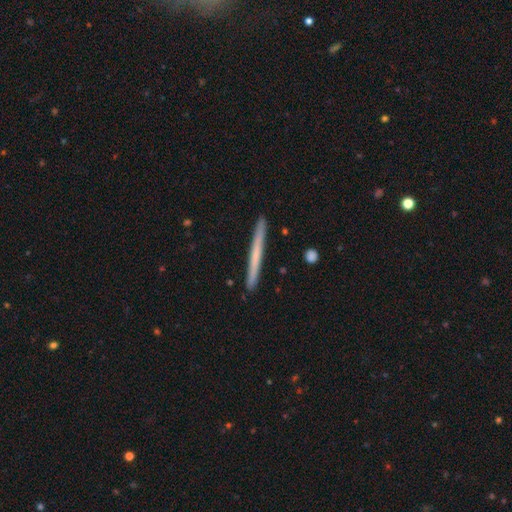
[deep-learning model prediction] Smooth or featured? Predicted: smooth (p=0.54). How rounded? Predicted: cigar-shaped (p=0.97). Merging? Predicted: none (p=0.92).